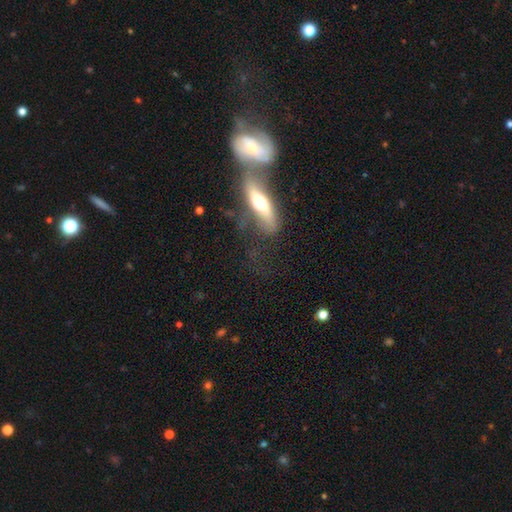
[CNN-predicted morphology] A featured or disk galaxy (56%). Merging: merger (59%).